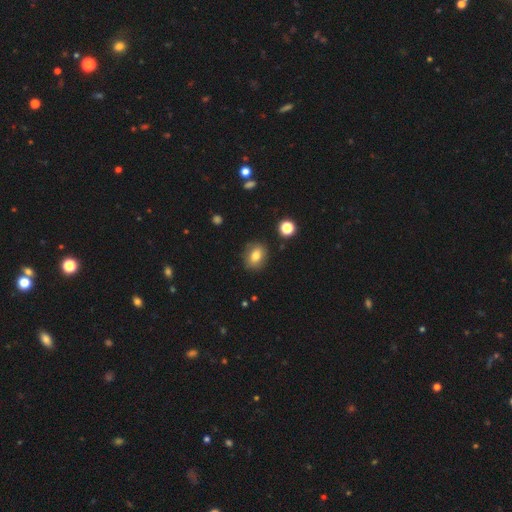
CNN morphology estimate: Smooth or featured: smooth — 79% (featured or disk — 11%)
How rounded: in between — 55% (round — 44%)
Merging: none — 84% (minor disturbance — 11%)